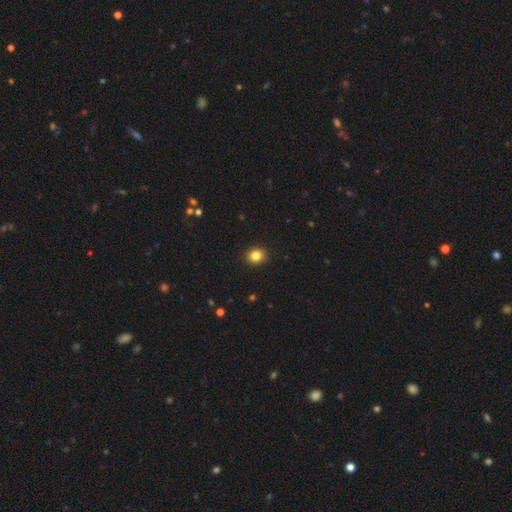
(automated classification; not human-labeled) Smooth or featured: smooth — 84% (star or artifact — 11%)
How rounded: round — 74% (in between — 25%)
Merging: none — 92% (minor disturbance — 6%)